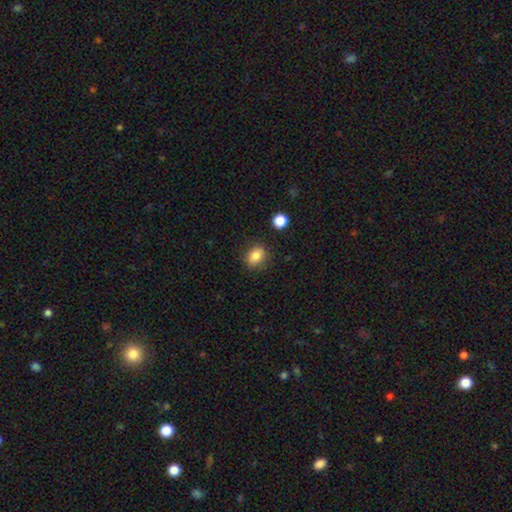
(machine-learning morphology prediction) A smooth galaxy with no disk features (84%) that is in between round and cigar-shaped (70%).

Vote fractions:
- Smooth or featured? smooth: 84% / star or artifact: 10% / featured or disk: 6%
- How rounded? in between: 70% / round: 28% / cigar-shaped: 2%
- Merging? none: 84% / minor disturbance: 11% / major disturbance: 3% / merger: 2%